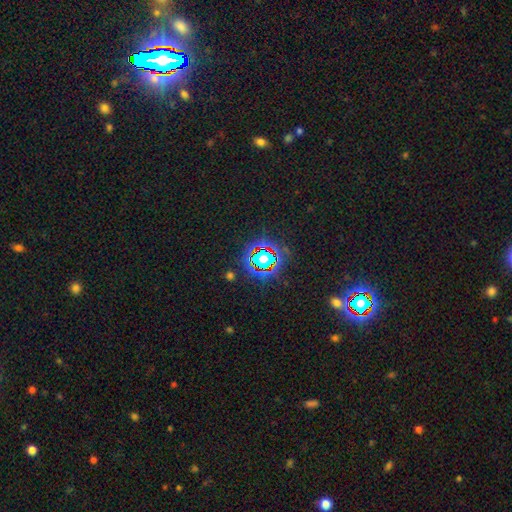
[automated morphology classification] Q: Smooth or featured?
A: star or artifact (68%); runner-up: smooth (21%)